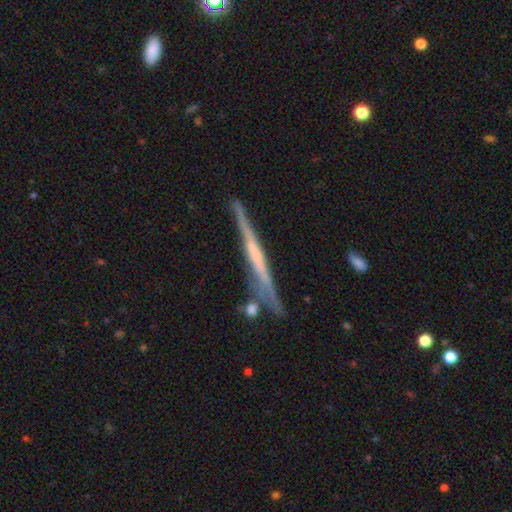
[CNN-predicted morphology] Smooth or featured? Predicted: featured or disk (p=0.72). Edge-on disk? Predicted: yes (p=0.97). Edge-on bulge? Predicted: none (p=0.62). Merging? Predicted: none (p=0.81).